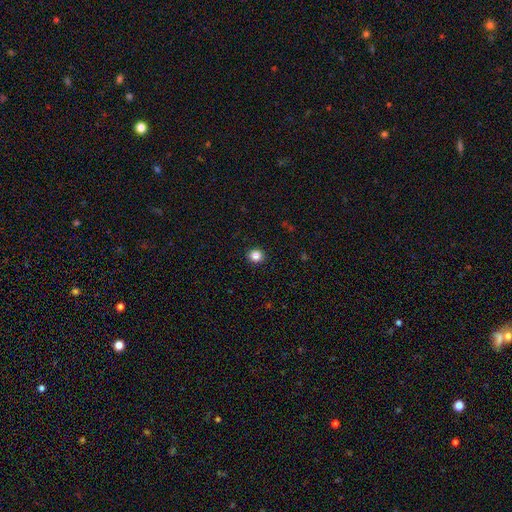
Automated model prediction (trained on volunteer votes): This is clearly a smooth galaxy (85%). How rounded: clearly round (88%). Merging: clearly none (93%).